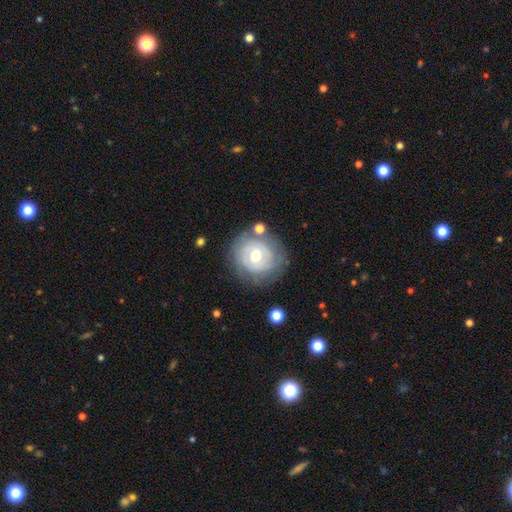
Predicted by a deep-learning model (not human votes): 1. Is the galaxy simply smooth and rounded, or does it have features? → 53% featured or disk, 40% smooth, 7% star or artifact.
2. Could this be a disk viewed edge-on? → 96% no, 4% yes.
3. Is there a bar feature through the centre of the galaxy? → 75% no, 20% weak, 5% strong.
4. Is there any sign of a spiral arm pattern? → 58% no, 42% yes.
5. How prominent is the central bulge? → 71% moderate, 21% small, 6% large, 1% dominant, 1% none.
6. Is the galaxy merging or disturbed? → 72% none, 16% minor disturbance, 7% major disturbance, 5% merger.